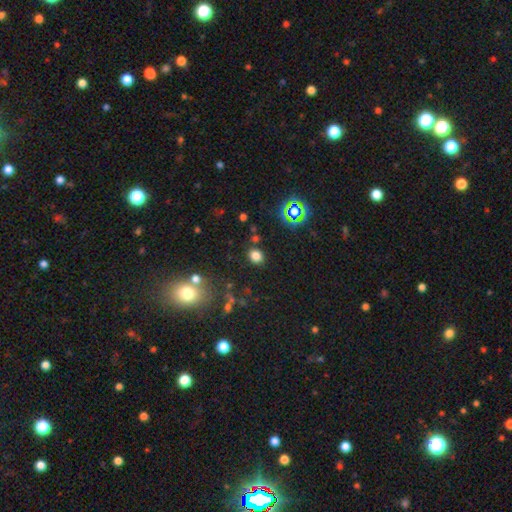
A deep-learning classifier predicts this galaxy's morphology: Smooth or featured?
  - smooth: 77% *
  - star or artifact: 17%
  - featured or disk: 6%
How rounded?
  - round: 56% *
  - in between: 43%
  - cigar-shaped: 1%
Merging?
  - none: 83% *
  - minor disturbance: 9%
  - merger: 4%
  - major disturbance: 3%